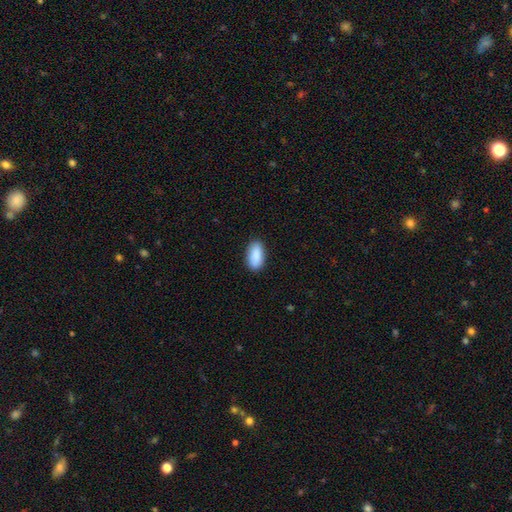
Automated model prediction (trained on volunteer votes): smooth-or-featured: smooth: 89% | star or artifact: 6% | featured or disk: 4%
  how-rounded: in between: 90% | cigar-shaped: 8% | round: 2%
  merging: none: 88% | minor disturbance: 9% | major disturbance: 2% | merger: 1%